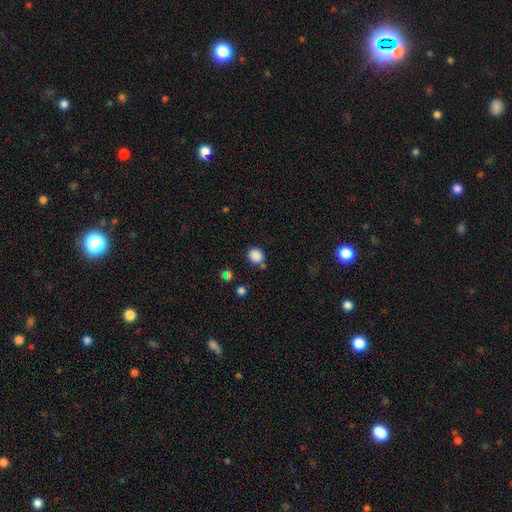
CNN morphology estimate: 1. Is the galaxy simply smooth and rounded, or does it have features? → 85% smooth, 11% star or artifact, 4% featured or disk.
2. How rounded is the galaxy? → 72% round, 27% in between, 1% cigar-shaped.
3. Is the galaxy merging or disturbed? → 74% none, 14% minor disturbance, 9% merger, 4% major disturbance.